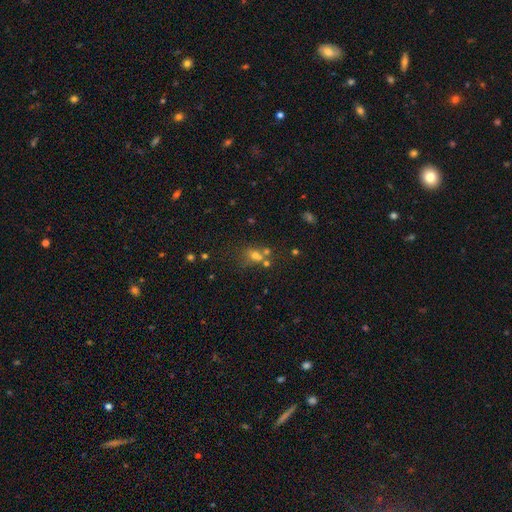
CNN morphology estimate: Smooth or featured? Predicted: smooth (p=0.55). How rounded? Predicted: round (p=0.59). Merging? Predicted: none (p=0.42).